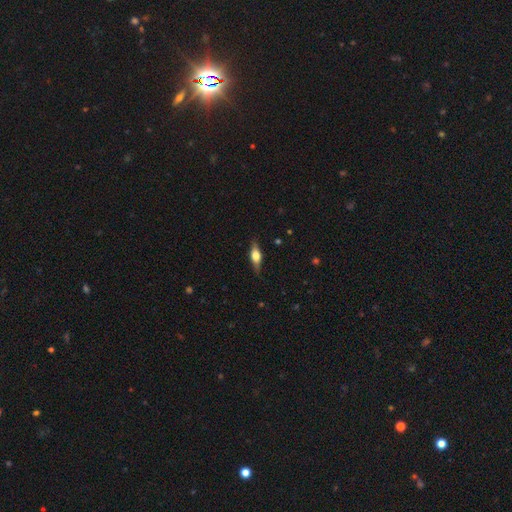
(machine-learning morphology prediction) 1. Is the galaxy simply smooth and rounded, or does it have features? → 51% featured or disk, 43% smooth, 6% star or artifact.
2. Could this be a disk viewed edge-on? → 92% yes, 8% no.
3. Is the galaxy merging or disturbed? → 84% none, 13% minor disturbance, 3% major disturbance, 1% merger.